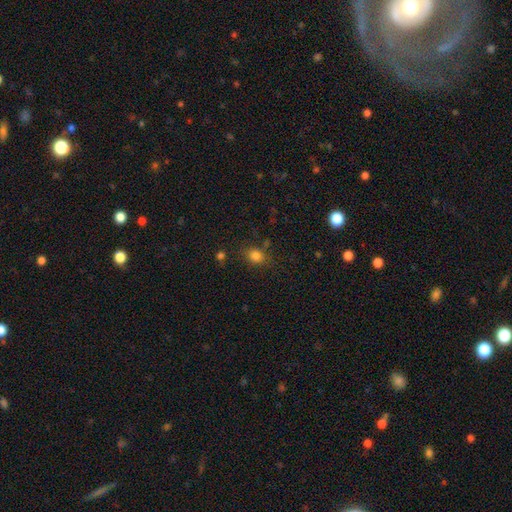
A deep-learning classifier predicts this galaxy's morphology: The model was most divided on "how rounded": round: 53%, in between: 45%, cigar-shaped: 1%. More confident: smooth or featured — smooth (81%); merging — none (77%).